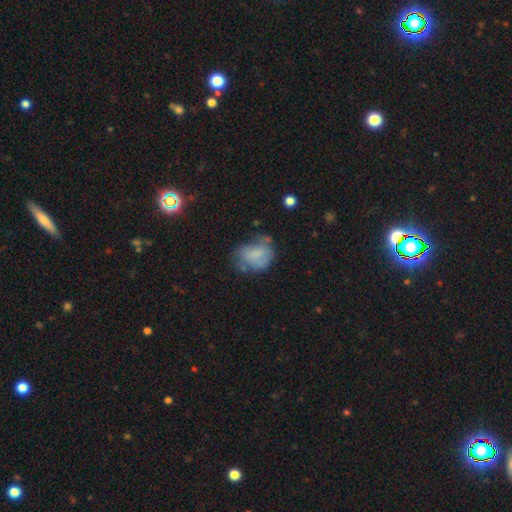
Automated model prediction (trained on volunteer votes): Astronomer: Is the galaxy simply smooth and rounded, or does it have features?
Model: smooth — 59%.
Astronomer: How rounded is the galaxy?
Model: in between — 59% (runner-up: round, 39%).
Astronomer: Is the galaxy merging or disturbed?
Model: none — 37% (runner-up: minor disturbance, 32%).